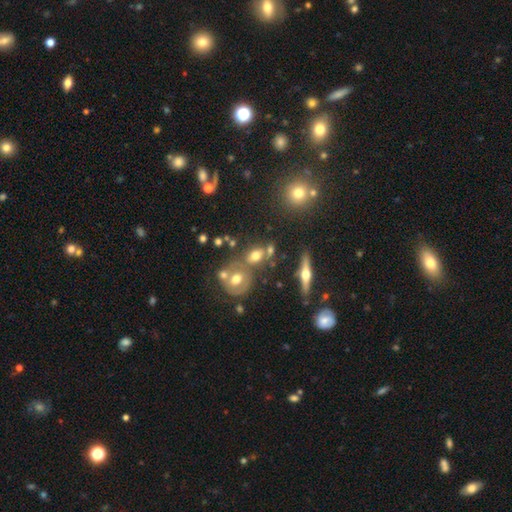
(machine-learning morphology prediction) A smooth galaxy with no disk features (61%) that is in between round and cigar-shaped (60%).

Vote fractions:
- Smooth or featured? smooth: 61% / featured or disk: 25% / star or artifact: 14%
- How rounded? in between: 60% / round: 35% / cigar-shaped: 5%
- Merging? none: 52% / merger: 28% / minor disturbance: 14% / major disturbance: 6%